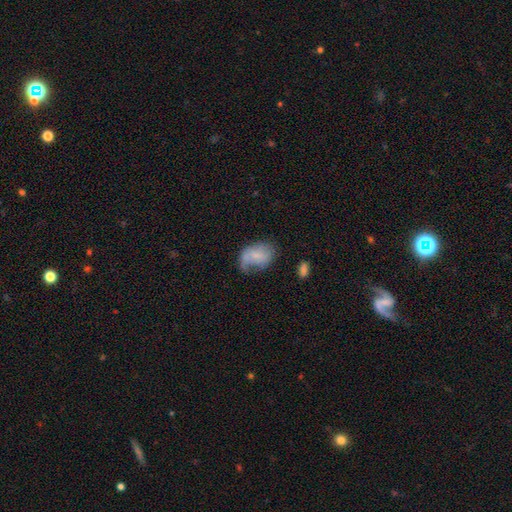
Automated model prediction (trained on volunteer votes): Smooth or featured? smooth (55%)
How rounded? in between (77%)
Merging? none (37%)